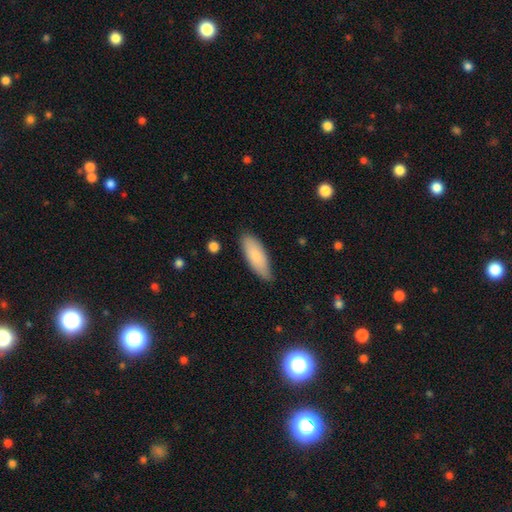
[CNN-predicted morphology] smooth_or_featured: smooth (p=0.83) [alt: featured or disk p=0.11]
how_rounded: in between (p=0.69) [alt: cigar-shaped p=0.29]
merging: none (p=0.77) [alt: minor disturbance p=0.19]